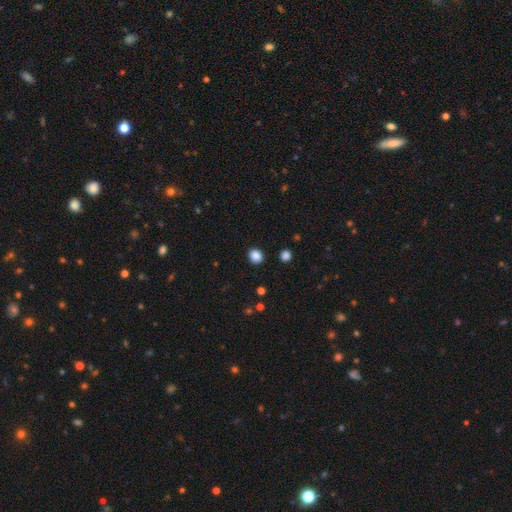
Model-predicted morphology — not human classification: smooth_or_featured: smooth (p=0.86) [alt: star or artifact p=0.11]
how_rounded: round (p=0.65) [alt: in between p=0.34]
merging: none (p=0.89) [alt: minor disturbance p=0.07]